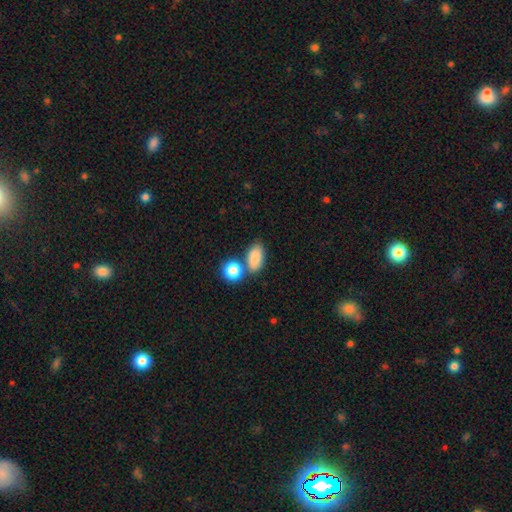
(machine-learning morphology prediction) Smooth or featured?
  - smooth: 85% *
  - star or artifact: 8%
  - featured or disk: 7%
How rounded?
  - in between: 88% *
  - round: 10%
  - cigar-shaped: 2%
Merging?
  - none: 56% *
  - merger: 25%
  - minor disturbance: 14%
  - major disturbance: 5%